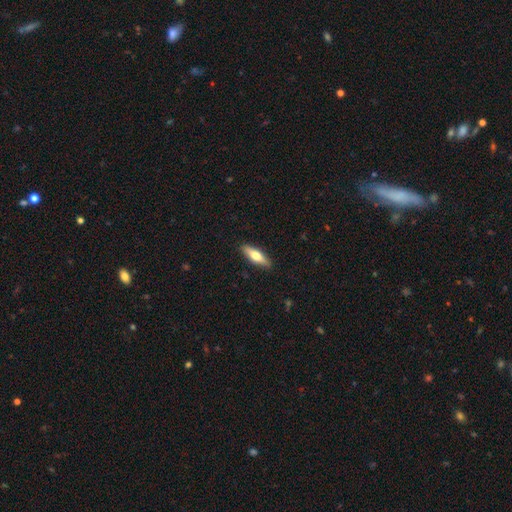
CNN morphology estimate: type=smooth (59%); roundness=cigar-shaped (55%); merging=none (90%).